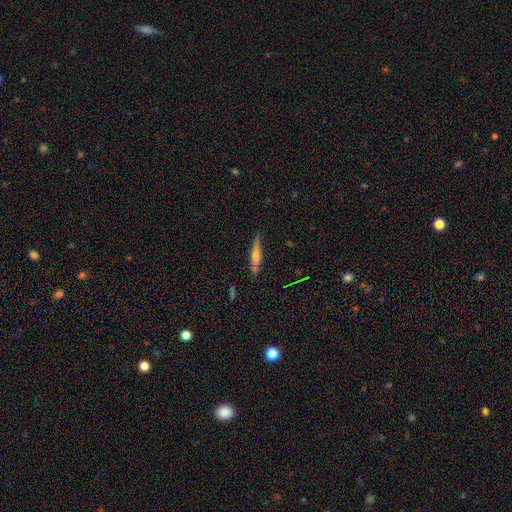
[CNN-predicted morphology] Smooth or featured? Predicted: featured or disk (p=0.62). Edge-on disk? Predicted: yes (p=0.94). Edge-on bulge? Predicted: rounded (p=0.80). Merging? Predicted: none (p=0.82).